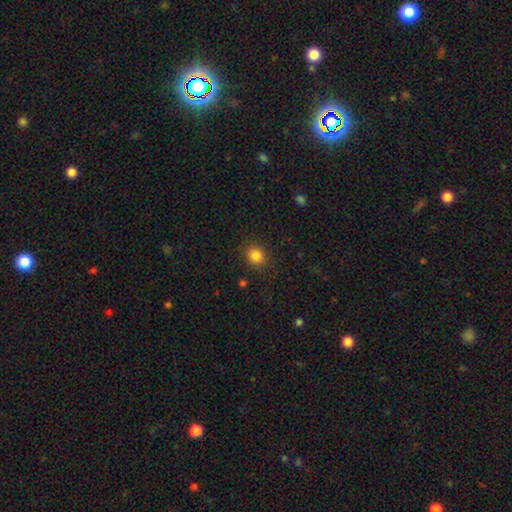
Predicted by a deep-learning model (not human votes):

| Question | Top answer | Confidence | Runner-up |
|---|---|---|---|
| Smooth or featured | smooth | 84% | star or artifact (12%) |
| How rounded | round | 79% | in between (20%) |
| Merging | none | 88% | minor disturbance (8%) |